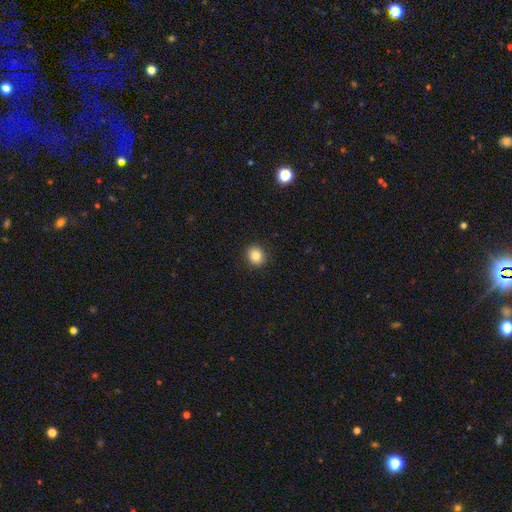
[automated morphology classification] type=smooth (85%); roundness=round (78%); merging=none (91%).